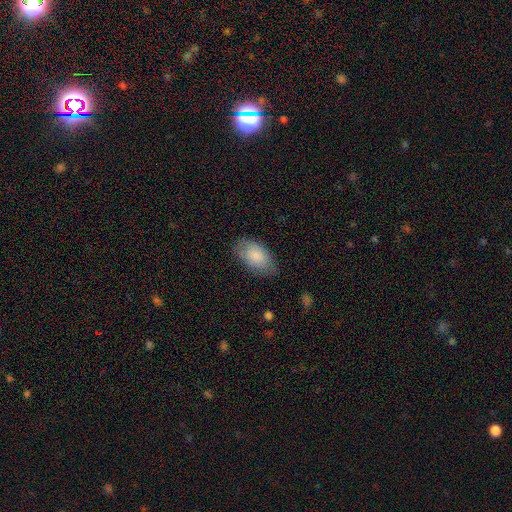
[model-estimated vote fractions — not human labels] smooth_or_featured: smooth (p=0.84) [alt: featured or disk p=0.10]
how_rounded: in between (p=0.94) [alt: round p=0.04]
merging: none (p=0.74) [alt: minor disturbance p=0.20]